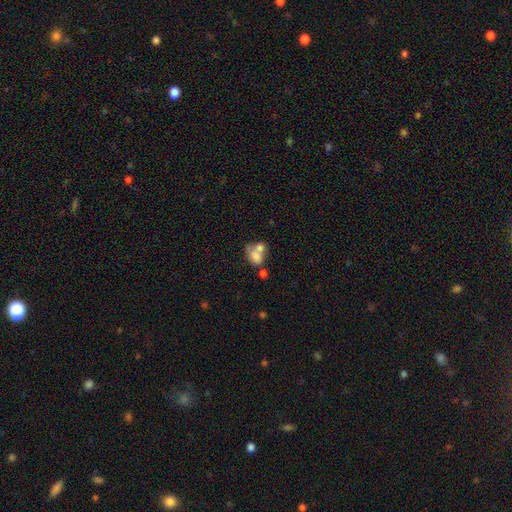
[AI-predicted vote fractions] smooth 70%, featured or disk 20%, star or artifact 10%. Down the decision tree: how rounded — in between (68%); merging — merger (61%).